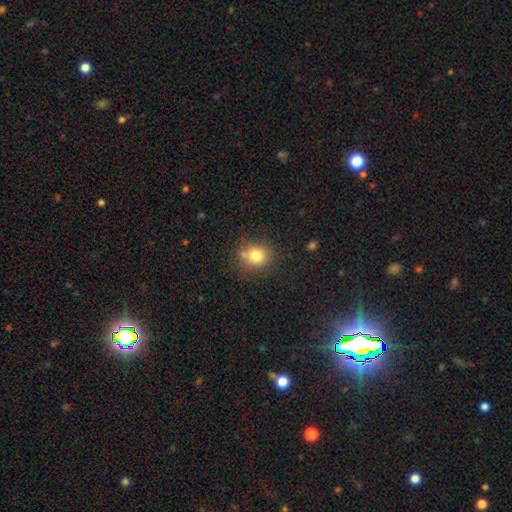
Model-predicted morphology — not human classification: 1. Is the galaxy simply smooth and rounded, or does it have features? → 80% smooth, 12% star or artifact, 8% featured or disk.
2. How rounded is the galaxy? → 79% round, 20% in between, 1% cigar-shaped.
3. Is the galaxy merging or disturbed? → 75% none, 14% minor disturbance, 6% merger, 4% major disturbance.